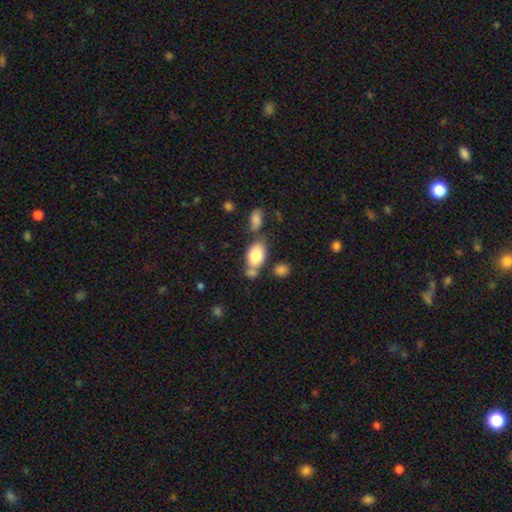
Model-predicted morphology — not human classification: A smooth galaxy with no disk features (80%) that is in between round and cigar-shaped (87%).

Vote fractions:
- Smooth or featured? smooth: 80% / featured or disk: 13% / star or artifact: 7%
- How rounded? in between: 87% / round: 11% / cigar-shaped: 2%
- Merging? none: 55% / merger: 24% / minor disturbance: 16% / major disturbance: 5%